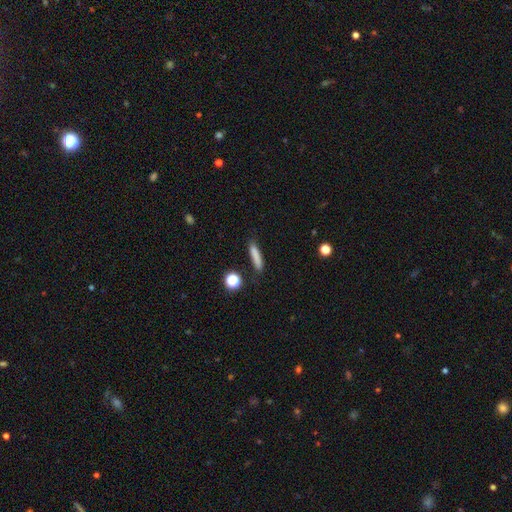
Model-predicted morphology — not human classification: This appears to be a smooth galaxy with no disk features (80%) that is cigar-shaped (85%). Merging: none (83%).